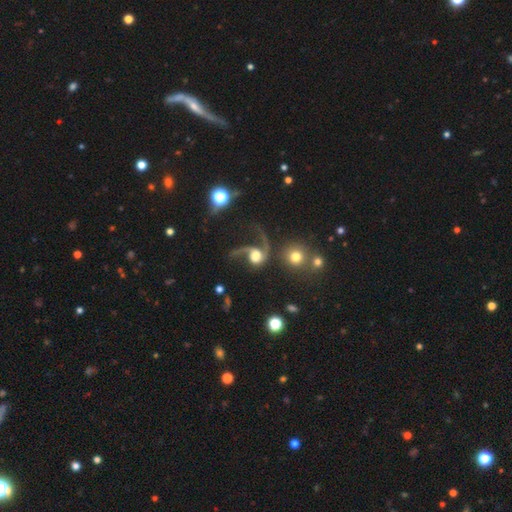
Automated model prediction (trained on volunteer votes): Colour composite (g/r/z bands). It shows a featured or disk galaxy (77%) with no bar (62%), 2 (70%) loose (80%) spiral arms (93%) and a large central bulge (40%). Merging: major disturbance (37%).